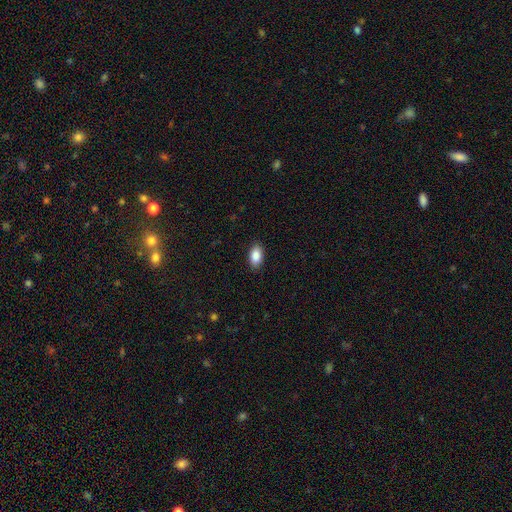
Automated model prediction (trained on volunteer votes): Smooth or featured? Predicted: smooth (p=0.87). How rounded? Predicted: in between (p=0.93). Merging? Predicted: none (p=0.89).